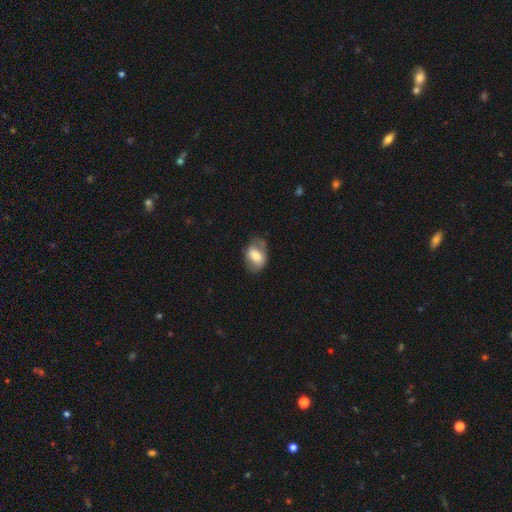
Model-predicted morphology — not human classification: type=smooth (64%); roundness=in between (82%); merging=none (59%).